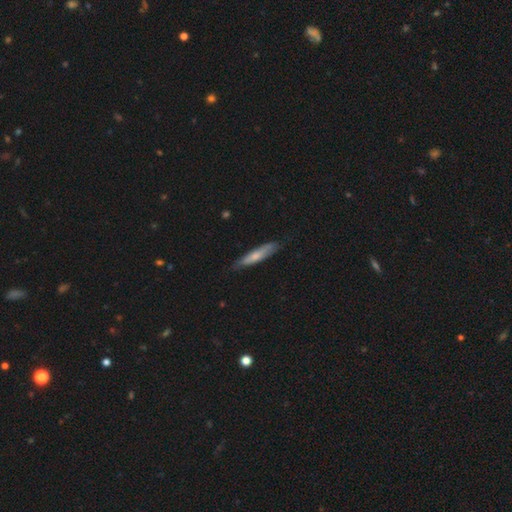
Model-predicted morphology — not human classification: This appears to be a smooth galaxy with no disk features (64%) that is cigar-shaped (86%). Merging: none (79%).